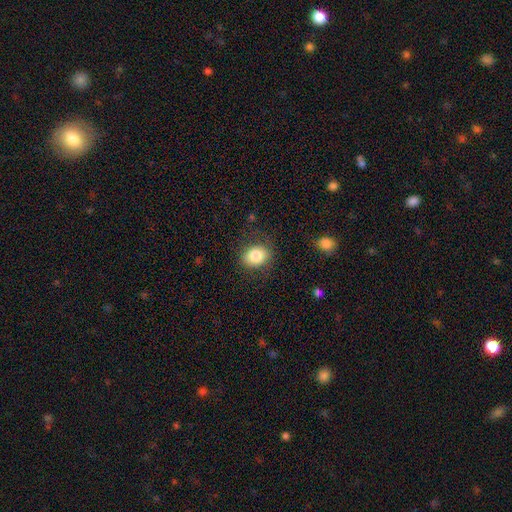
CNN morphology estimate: Overall: smooth (84%). How rounded: in between (57%; round 42%). Merging: none (81%).